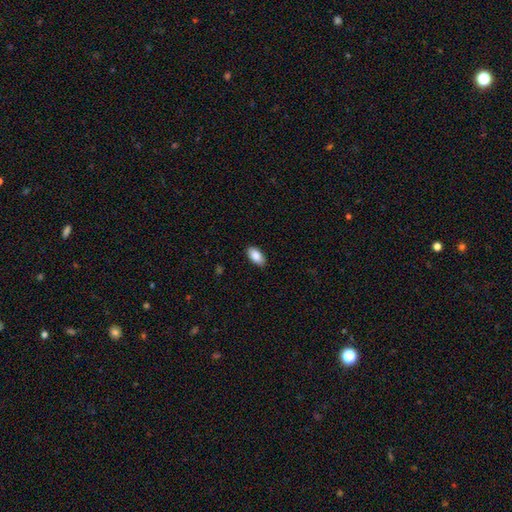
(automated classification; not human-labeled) Smooth or featured?
  - smooth: 88% *
  - star or artifact: 7%
  - featured or disk: 5%
How rounded?
  - in between: 94% *
  - round: 3%
  - cigar-shaped: 3%
Merging?
  - none: 87% *
  - minor disturbance: 10%
  - major disturbance: 2%
  - merger: 1%